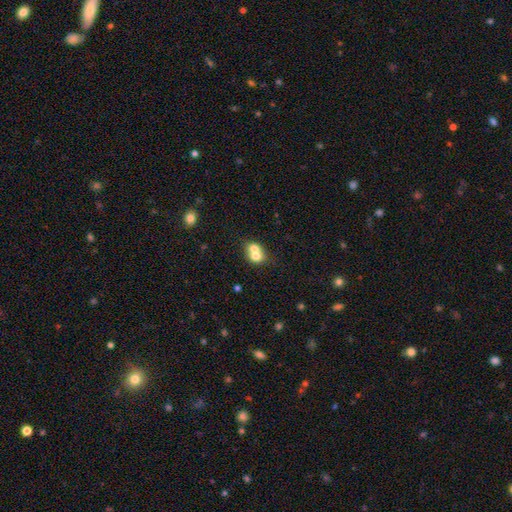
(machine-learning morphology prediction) Smooth or featured: smooth — 68% (featured or disk — 22%)
How rounded: round — 60% (in between — 39%)
Merging: merger — 69% (none — 23%)